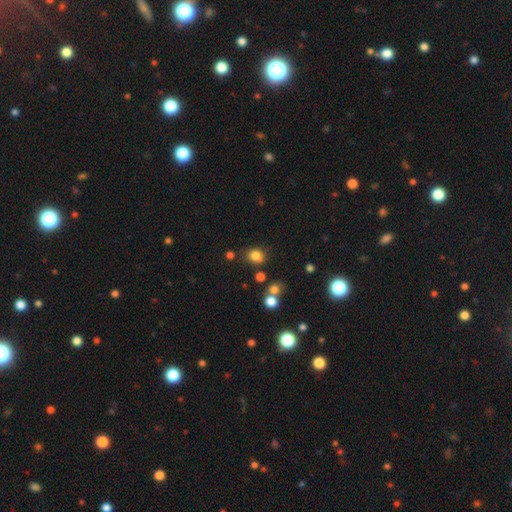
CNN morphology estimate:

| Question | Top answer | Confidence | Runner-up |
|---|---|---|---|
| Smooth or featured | smooth | 79% | star or artifact (14%) |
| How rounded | round | 63% | in between (36%) |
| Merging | none | 72% | minor disturbance (16%) |